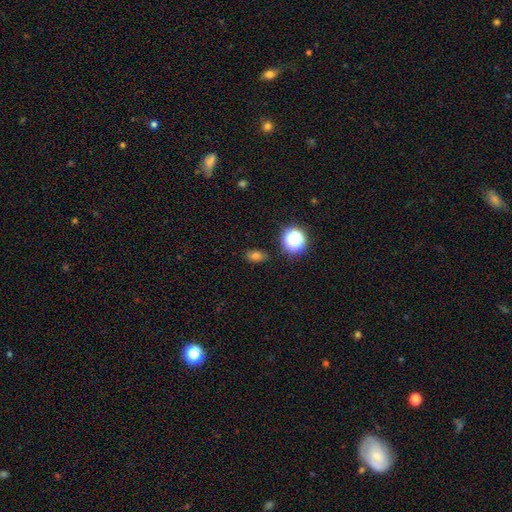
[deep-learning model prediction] Smooth or featured? smooth (72%)
How rounded? in between (78%)
Merging? none (86%)